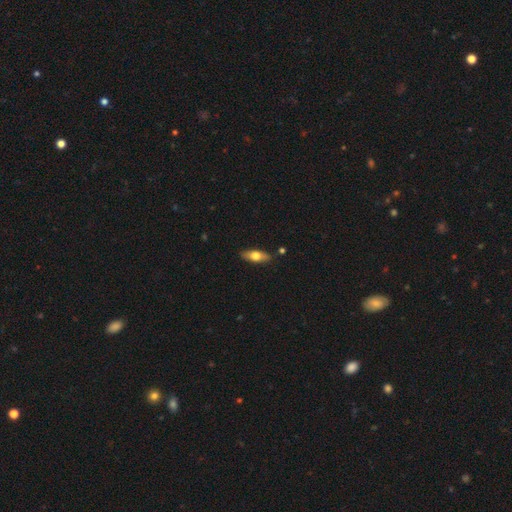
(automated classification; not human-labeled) smooth-or-featured: smooth: 65% | featured or disk: 30% | star or artifact: 6%
  how-rounded: in between: 68% | cigar-shaped: 30% | round: 3%
  merging: none: 85% | minor disturbance: 11% | merger: 2% | major disturbance: 2%